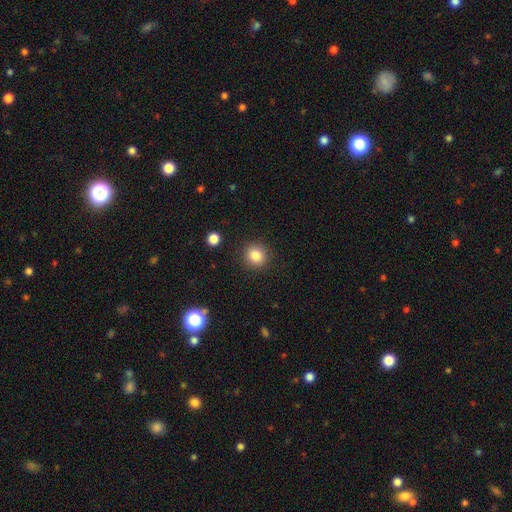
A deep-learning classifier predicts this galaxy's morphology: Smooth or featured: smooth — 84% (star or artifact — 11%)
How rounded: round — 89% (in between — 10%)
Merging: none — 90% (minor disturbance — 6%)